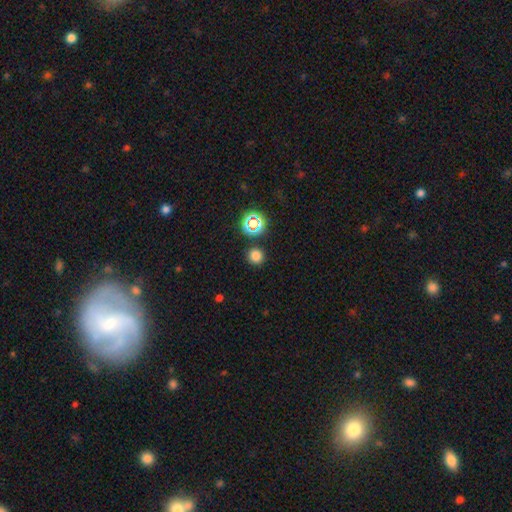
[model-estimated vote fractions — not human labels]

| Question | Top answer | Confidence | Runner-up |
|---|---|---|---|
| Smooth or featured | smooth | 76% | star or artifact (19%) |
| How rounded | round | 94% | in between (5%) |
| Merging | none | 89% | minor disturbance (6%) |